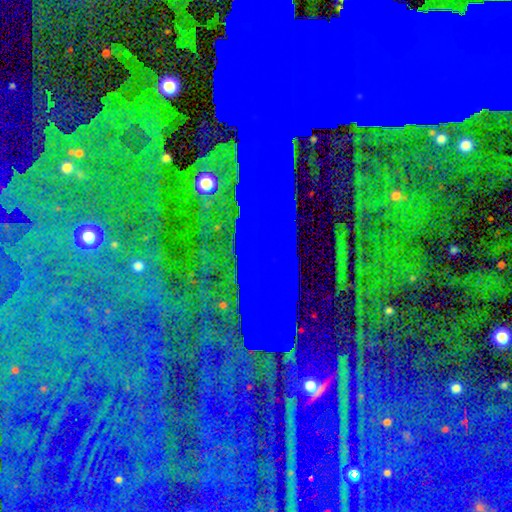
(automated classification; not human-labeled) Overall: star or artifact (85%).